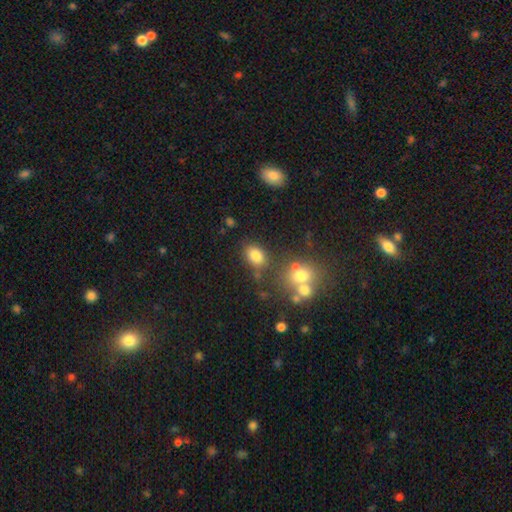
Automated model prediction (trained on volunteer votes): Smooth or featured: smooth — 81% (star or artifact — 11%)
How rounded: in between — 78% (round — 20%)
Merging: none — 69% (minor disturbance — 14%)